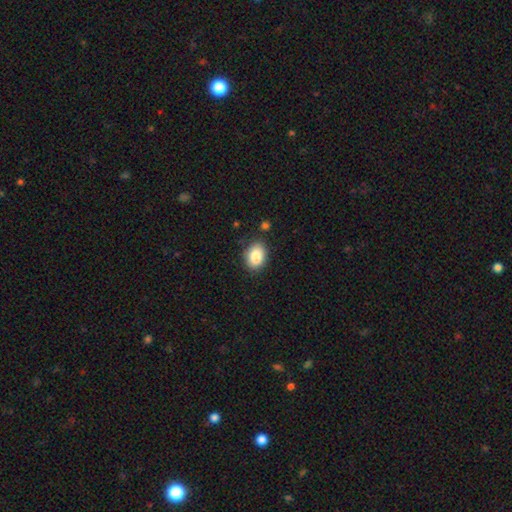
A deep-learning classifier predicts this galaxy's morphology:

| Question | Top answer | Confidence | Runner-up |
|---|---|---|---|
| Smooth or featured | smooth | 87% | star or artifact (8%) |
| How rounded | in between | 75% | round (24%) |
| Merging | none | 82% | minor disturbance (12%) |